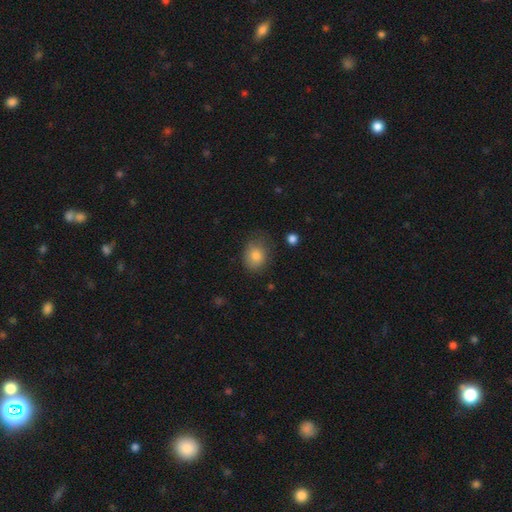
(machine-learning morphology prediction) A smooth galaxy with no disk features (82%) that is in between round and cigar-shaped (50%). Merging: none (66%).